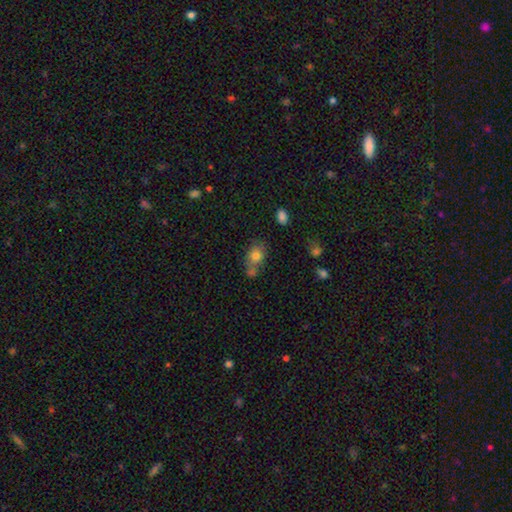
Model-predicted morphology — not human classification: The model was most divided on "merging": none: 49%, merger: 28%, minor disturbance: 17%, major disturbance: 6%. More confident: smooth or featured — smooth (76%); how rounded — in between (62%).